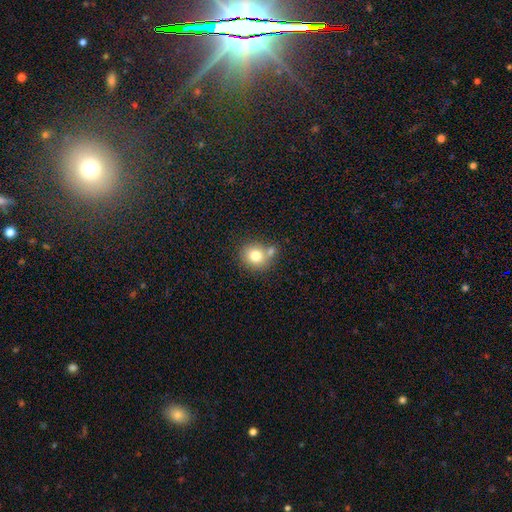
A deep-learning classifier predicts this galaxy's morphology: Overall: smooth (77%). How rounded: round (80%). Merging: none (57%; merger 27%).